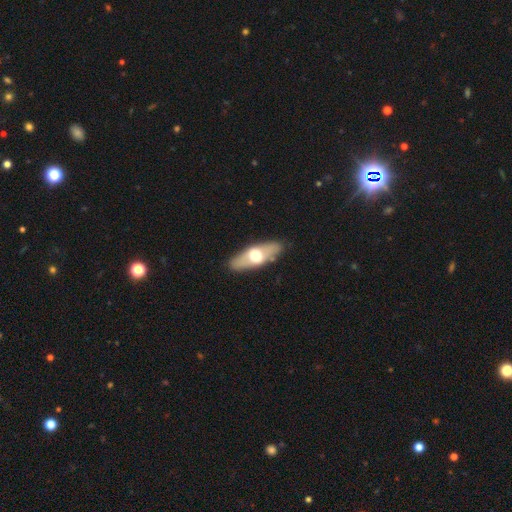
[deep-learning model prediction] Q: Smooth or featured?
A: smooth (49%); runner-up: featured or disk (45%)
Q: Merging?
A: none (86%); runner-up: minor disturbance (10%)